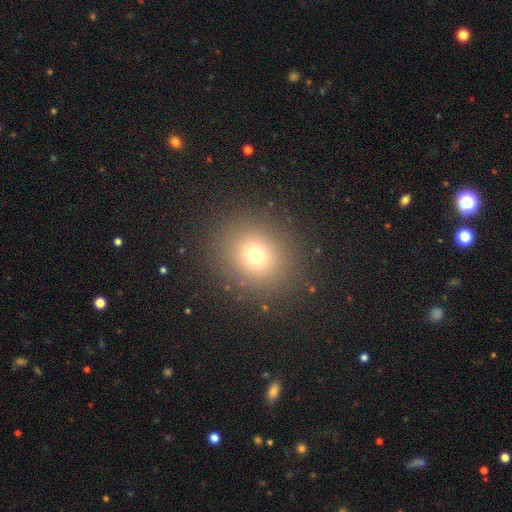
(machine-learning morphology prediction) The model was most divided on "smooth or featured": smooth: 71%, star or artifact: 19%, featured or disk: 9%. More confident: merging — none (88%); how rounded — round (78%).